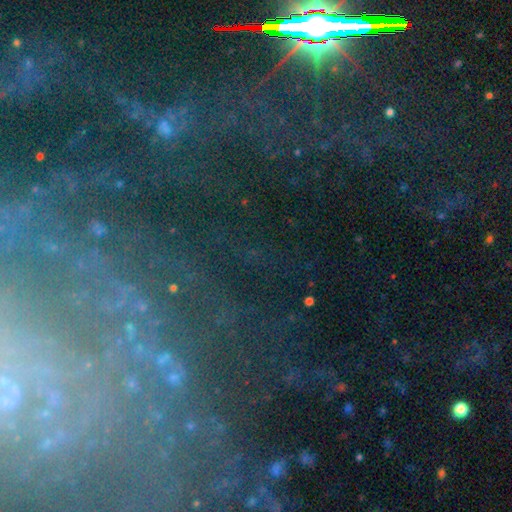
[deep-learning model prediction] star or artifact 49%, featured or disk 38%, smooth 13%.